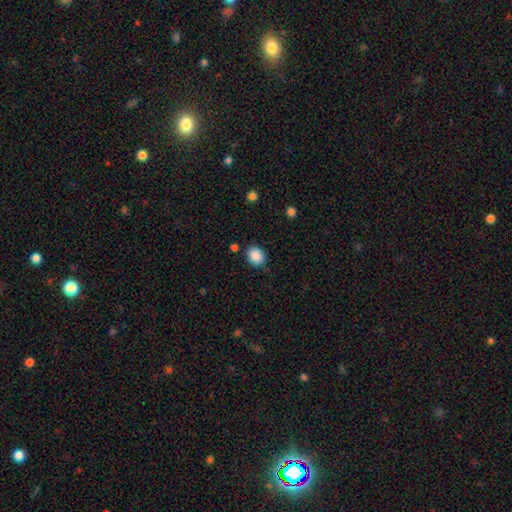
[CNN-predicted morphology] smooth_or_featured: smooth (p=0.88) [alt: star or artifact p=0.09]
how_rounded: round (p=0.65) [alt: in between p=0.34]
merging: none (p=0.80) [alt: minor disturbance p=0.14]